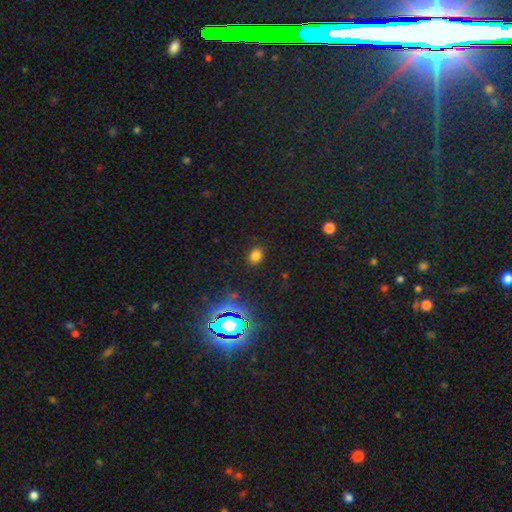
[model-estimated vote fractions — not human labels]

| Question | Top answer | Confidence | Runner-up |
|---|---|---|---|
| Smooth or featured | smooth | 74% | star or artifact (20%) |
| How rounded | round | 54% | in between (44%) |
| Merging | none | 87% | minor disturbance (8%) |